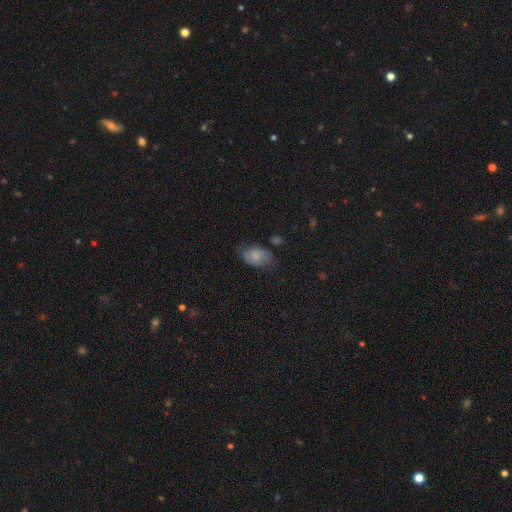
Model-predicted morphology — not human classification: Q: Smooth or featured?
A: smooth (71%); runner-up: featured or disk (21%)
Q: How rounded?
A: in between (87%); runner-up: round (11%)
Q: Merging?
A: none (58%); runner-up: minor disturbance (29%)